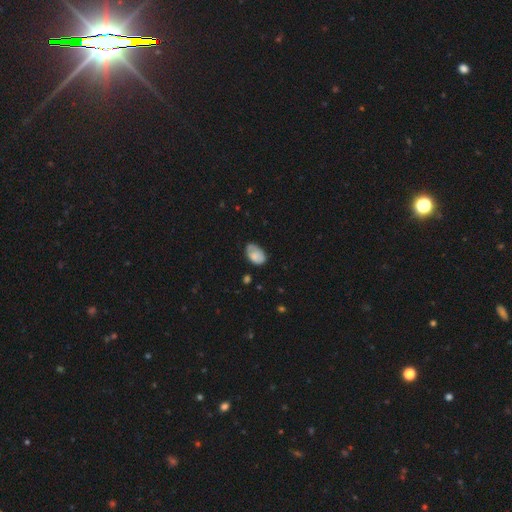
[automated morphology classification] Q: Smooth or featured?
A: smooth (76%); runner-up: featured or disk (16%)
Q: How rounded?
A: in between (90%); runner-up: round (9%)
Q: Merging?
A: none (55%); runner-up: minor disturbance (34%)